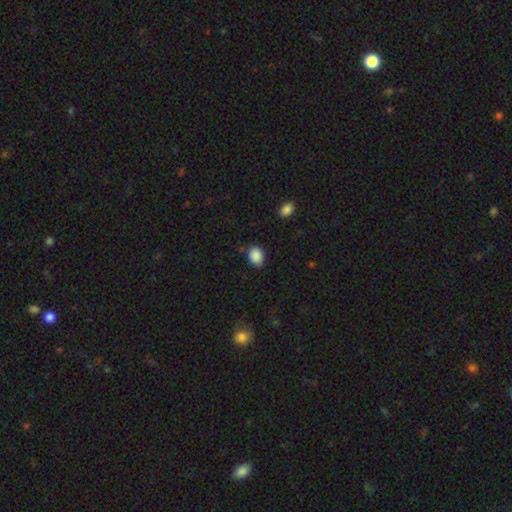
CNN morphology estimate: Smooth or featured? Predicted: smooth (p=0.88). How rounded? Predicted: in between (p=0.57). Merging? Predicted: none (p=0.77).